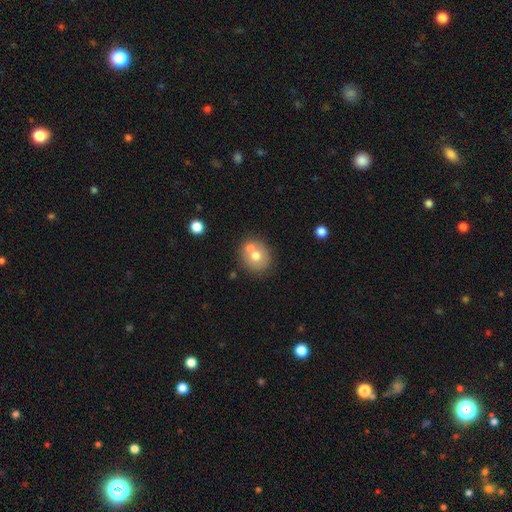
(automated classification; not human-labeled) Smooth or featured: smooth — 68% (featured or disk — 22%)
How rounded: round — 79% (in between — 20%)
Merging: none — 52% (merger — 36%)